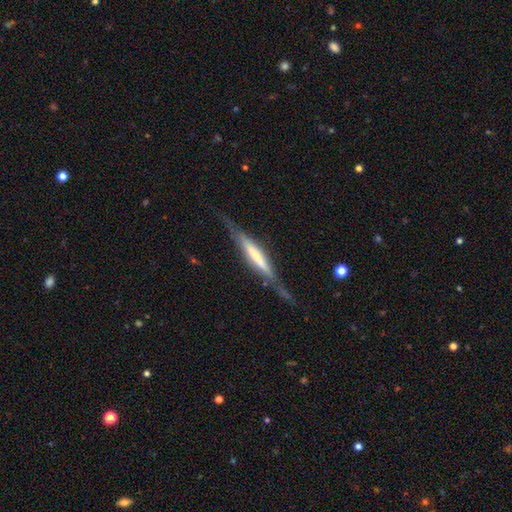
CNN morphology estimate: This appears to be a featured or disk galaxy (67%) viewed edge-on (94%) with no central bulge (38%). Merging: none (72%).